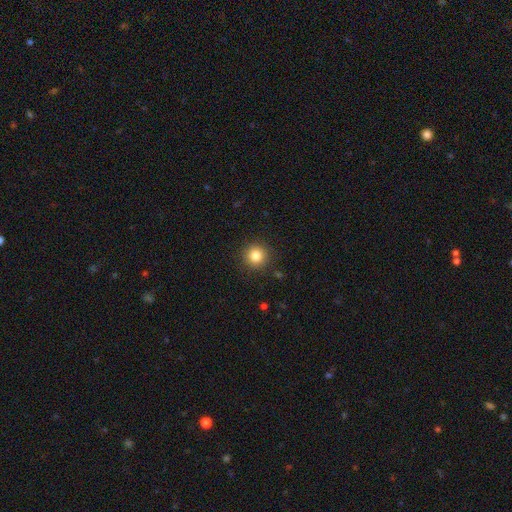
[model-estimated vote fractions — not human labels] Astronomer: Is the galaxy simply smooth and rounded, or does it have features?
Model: smooth — 83%.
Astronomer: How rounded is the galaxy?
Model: round — 95%.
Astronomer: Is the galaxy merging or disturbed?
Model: none — 91%.